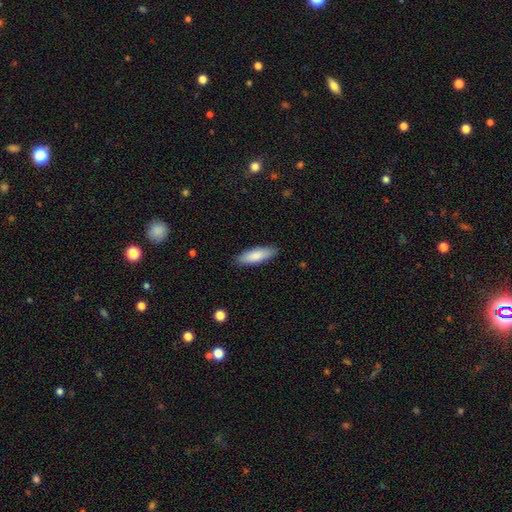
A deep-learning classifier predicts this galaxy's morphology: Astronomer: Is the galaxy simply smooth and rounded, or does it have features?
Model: smooth — 84%.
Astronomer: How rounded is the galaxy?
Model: cigar-shaped — 50% (runner-up: in between, 49%).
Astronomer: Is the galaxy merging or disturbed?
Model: none — 88%.